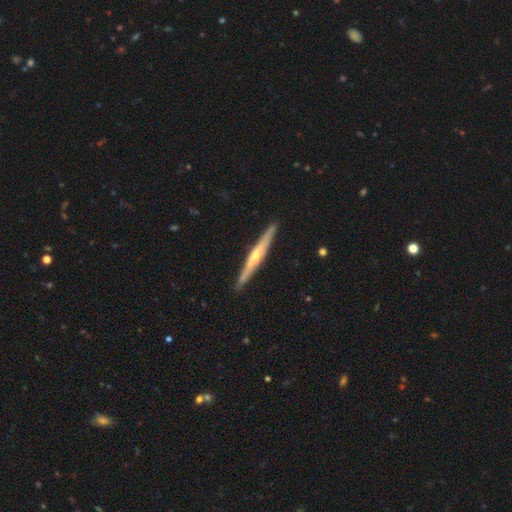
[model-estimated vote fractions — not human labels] smooth-or-featured: featured or disk: 74% | smooth: 21% | star or artifact: 5%
  disk-edge-on: yes: 97% | no: 3%
    edge-on-bulge: rounded: 82% | none: 14% | boxy: 4%
  merging: none: 91% | minor disturbance: 7% | major disturbance: 1% | merger: 1%